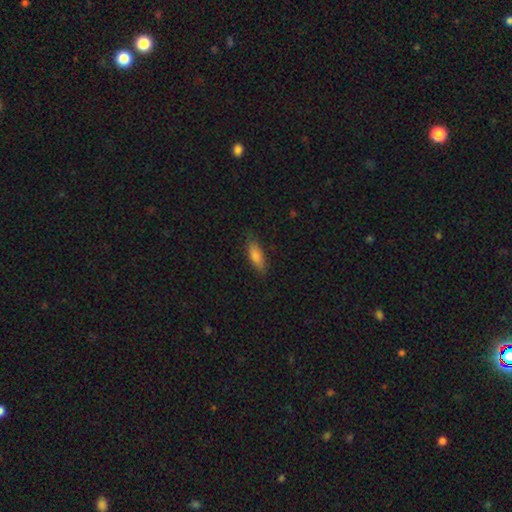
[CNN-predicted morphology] Smooth or featured? smooth (79%)
How rounded? in between (57%)
Merging? none (82%)